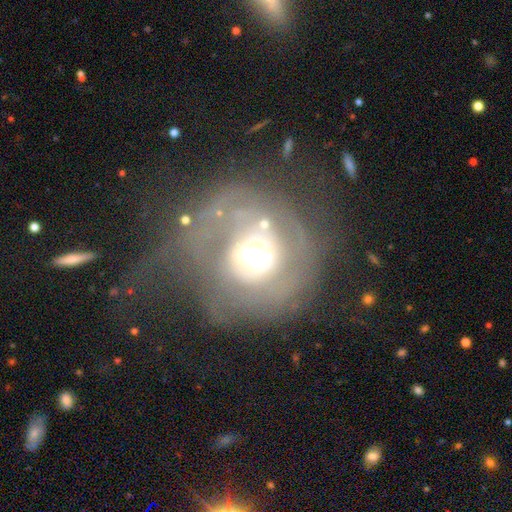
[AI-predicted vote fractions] smooth_or_featured: featured or disk (p=0.67) [alt: smooth p=0.22]
disk_edge_on: no (p=0.97) [alt: yes p=0.03]
bar: no (p=0.62) [alt: weak p=0.29]
has_spiral_arms: yes (p=0.56) [alt: no p=0.44]
bulge_size: moderate (p=0.52) [alt: large p=0.27]
merging: major disturbance (p=0.48) [alt: none p=0.28]